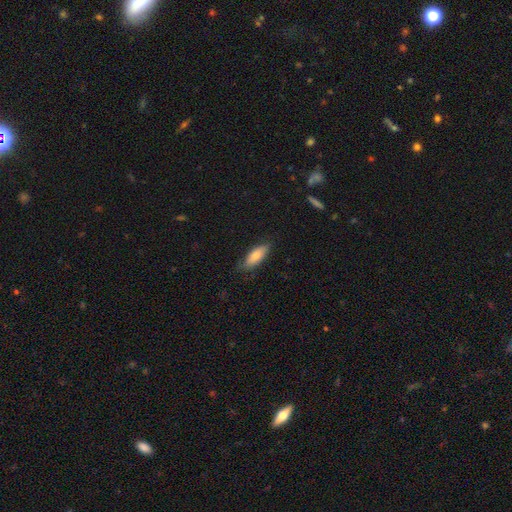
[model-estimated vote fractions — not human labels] A smooth galaxy with no disk features (81%) that is in between round and cigar-shaped (71%).

Vote fractions:
- Smooth or featured? smooth: 81% / featured or disk: 14% / star or artifact: 6%
- How rounded? in between: 71% / cigar-shaped: 27% / round: 2%
- Merging? none: 77% / minor disturbance: 19% / major disturbance: 3% / merger: 1%